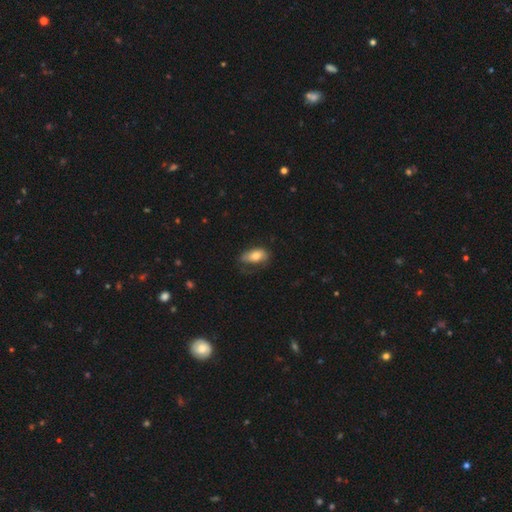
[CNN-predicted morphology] type=smooth (73%); roundness=in between (90%); merging=none (42%).